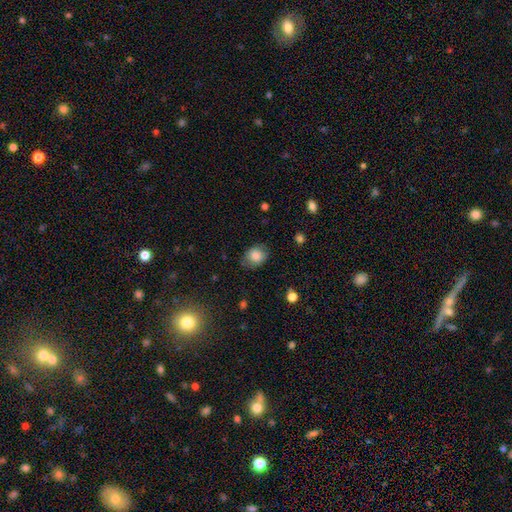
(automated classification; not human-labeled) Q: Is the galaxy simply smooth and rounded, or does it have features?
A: smooth — 82%.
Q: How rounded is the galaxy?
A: in between — 57%.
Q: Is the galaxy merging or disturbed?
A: none — 77%.